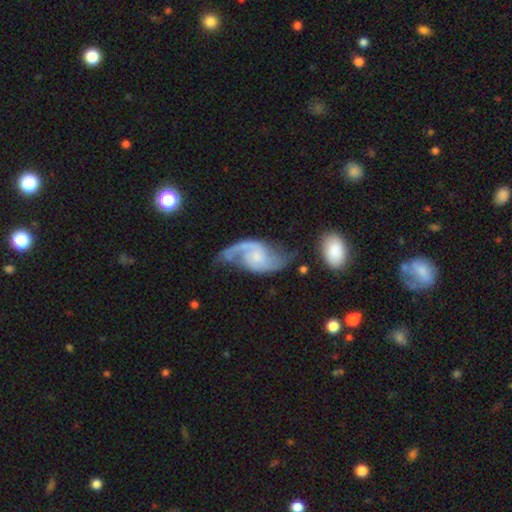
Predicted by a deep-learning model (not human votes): The model was most divided on "spiral winding": loose: 50%, medium: 39%, tight: 11%. More confident: edge-on disk — no (97%); spiral arms — yes (97%); smooth or featured — featured or disk (89%); spiral arm count — 2 (89%); bar — no (58%); bulge size — small (56%); merging — none (54%).